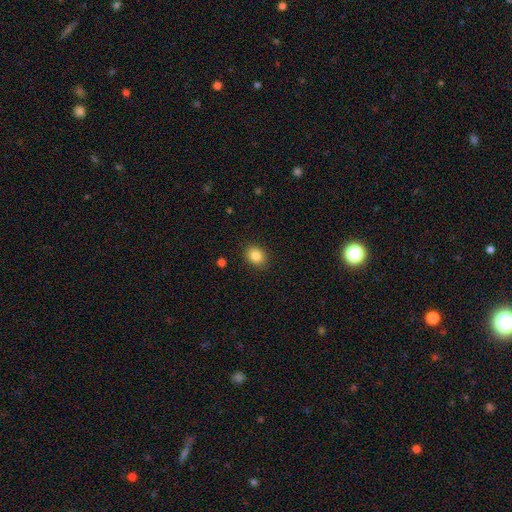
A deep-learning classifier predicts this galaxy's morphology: Smooth or featured: smooth — 85% (star or artifact — 9%)
How rounded: in between — 56% (round — 43%)
Merging: none — 88% (minor disturbance — 8%)